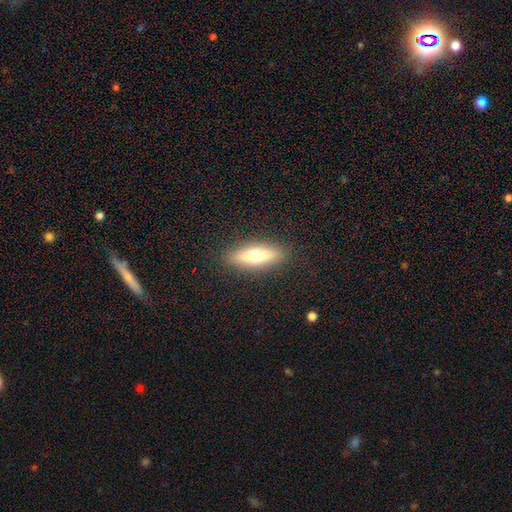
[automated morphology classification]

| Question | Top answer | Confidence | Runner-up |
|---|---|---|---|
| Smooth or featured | smooth | 63% | featured or disk (30%) |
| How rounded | cigar-shaped | 56% | in between (42%) |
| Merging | none | 89% | minor disturbance (8%) |